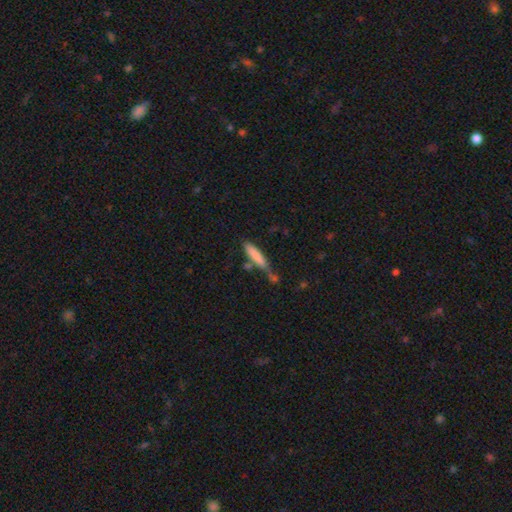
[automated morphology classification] A smooth galaxy with no disk features (80%) that is cigar-shaped (79%).

Vote fractions:
- Smooth or featured? smooth: 80% / featured or disk: 13% / star or artifact: 7%
- How rounded? cigar-shaped: 79% / in between: 19% / round: 2%
- Merging? none: 54% / minor disturbance: 22% / merger: 16% / major disturbance: 8%